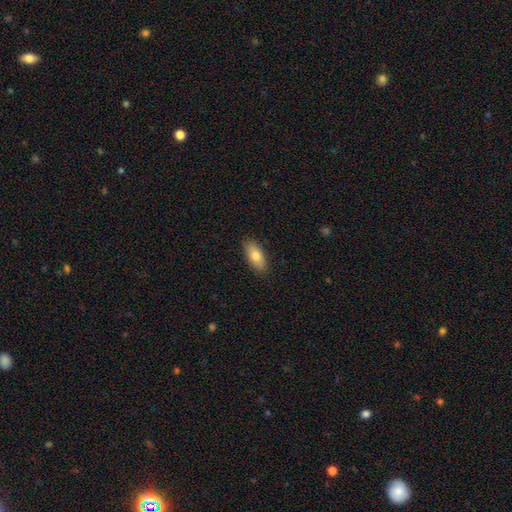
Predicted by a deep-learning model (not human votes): A smooth galaxy with no disk features (77%) that is in between round and cigar-shaped (88%).

Vote fractions:
- Smooth or featured? smooth: 77% / featured or disk: 16% / star or artifact: 6%
- How rounded? in between: 88% / cigar-shaped: 9% / round: 3%
- Merging? none: 87% / minor disturbance: 10% / major disturbance: 2% / merger: 1%